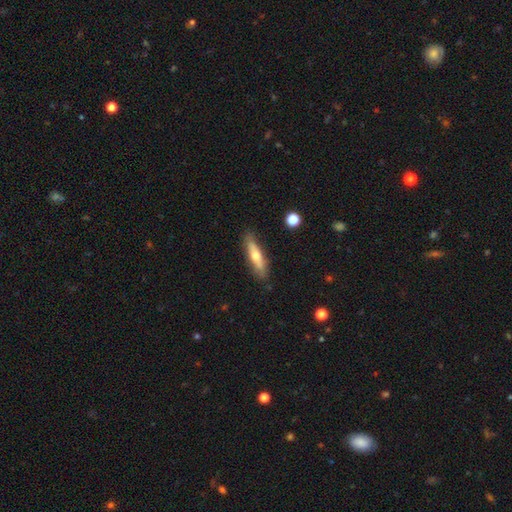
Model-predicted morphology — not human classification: smooth 49%, featured or disk 45%, star or artifact 6%. Down the decision tree: merging — none (83%).